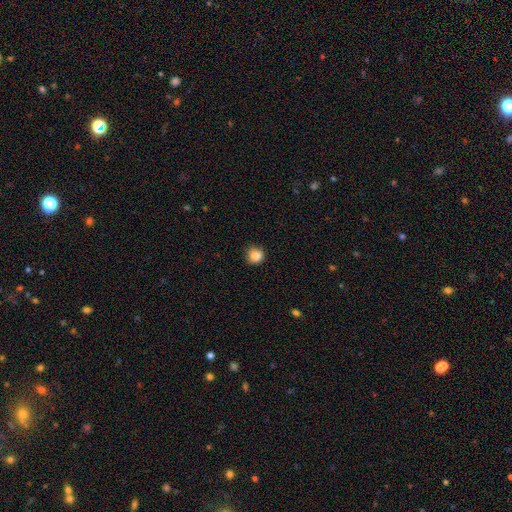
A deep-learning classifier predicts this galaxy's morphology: This is clearly a smooth galaxy (86%). How rounded: clearly round (87%). Merging: likely none (79%).